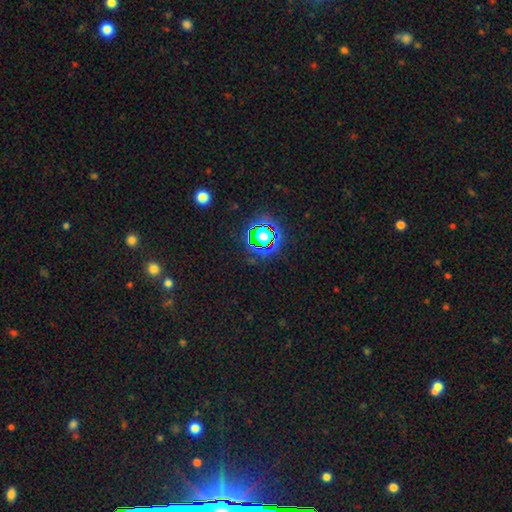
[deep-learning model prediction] Smooth or featured: star or artifact — 78% (smooth — 13%)